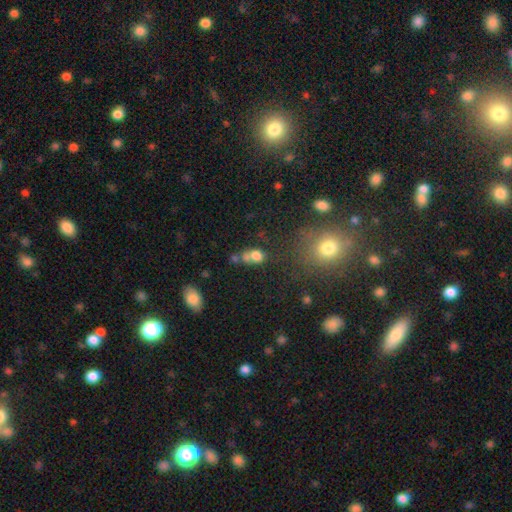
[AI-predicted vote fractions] smooth_or_featured: smooth (p=0.72) [alt: star or artifact p=0.14]
how_rounded: round (p=0.53) [alt: in between p=0.45]
merging: merger (p=0.43) [alt: none p=0.35]